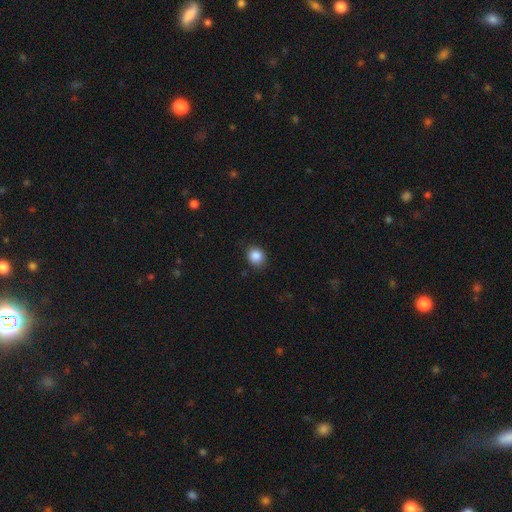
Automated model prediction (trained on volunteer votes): Smooth or featured? smooth (87%)
How rounded? round (71%)
Merging? none (83%)